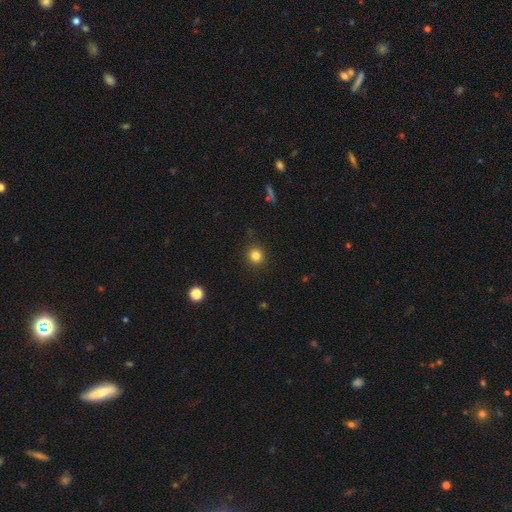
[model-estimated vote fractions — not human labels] smooth_or_featured: smooth (p=0.84) [alt: star or artifact p=0.12]
how_rounded: round (p=0.90) [alt: in between p=0.09]
merging: none (p=0.88) [alt: minor disturbance p=0.08]